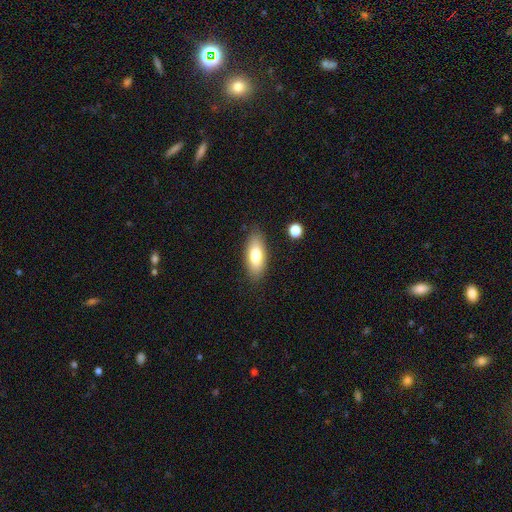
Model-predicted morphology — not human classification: A smooth galaxy with no disk features (77%) that is in between round and cigar-shaped (79%). Merging: none (85%).